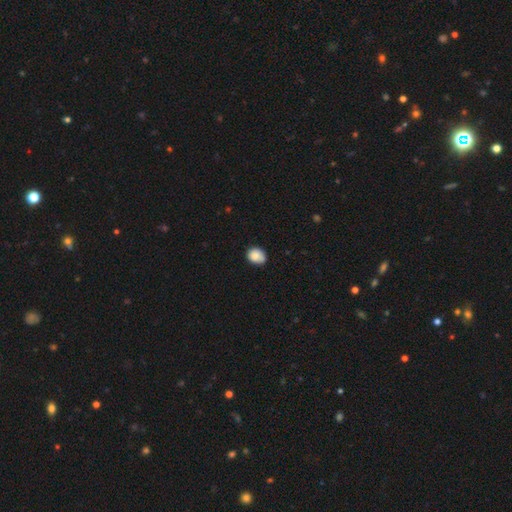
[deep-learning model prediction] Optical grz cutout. It shows a smooth galaxy with no disk features (87%) that is in between round and cigar-shaped (50%). Merging: none (69%).